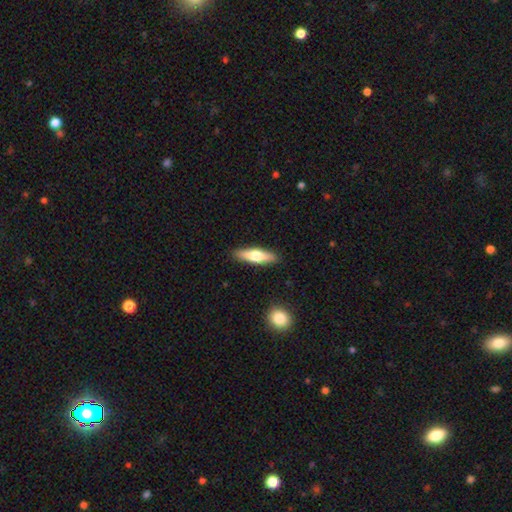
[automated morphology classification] Smooth or featured: smooth — 53% (featured or disk — 42%)
How rounded: cigar-shaped — 66% (in between — 32%)
Merging: none — 90% (minor disturbance — 7%)